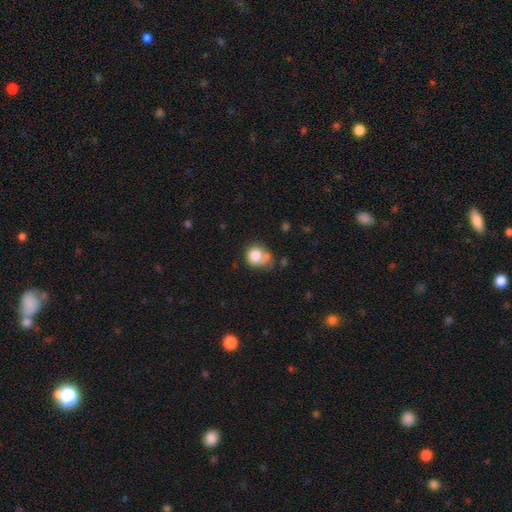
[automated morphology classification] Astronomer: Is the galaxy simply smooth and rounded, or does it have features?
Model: smooth — 79%.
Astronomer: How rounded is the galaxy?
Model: round — 71%.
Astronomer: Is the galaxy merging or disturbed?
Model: none — 41% (runner-up: minor disturbance, 28%).